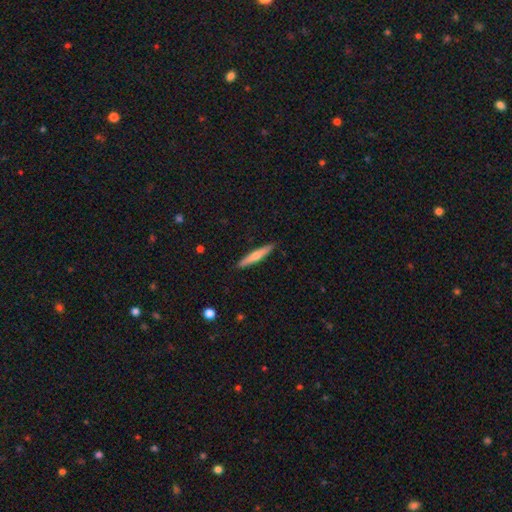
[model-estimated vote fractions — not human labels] Q: Smooth or featured?
A: smooth (56%); runner-up: featured or disk (39%)
Q: How rounded?
A: cigar-shaped (92%); runner-up: in between (6%)
Q: Merging?
A: none (91%); runner-up: minor disturbance (7%)